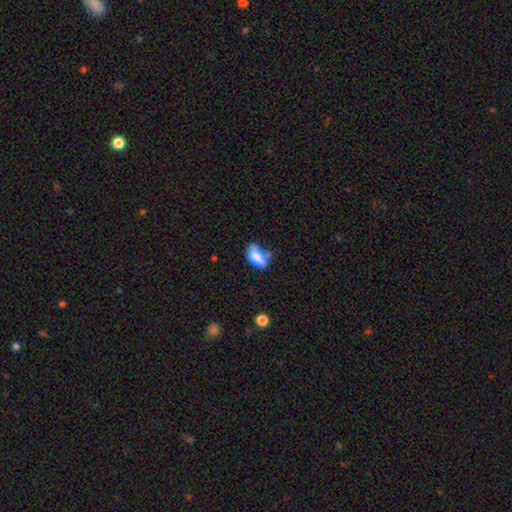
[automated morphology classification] This is likely a smooth galaxy (75%). How rounded: clearly in between (86%). Merging: marginally none (34%).